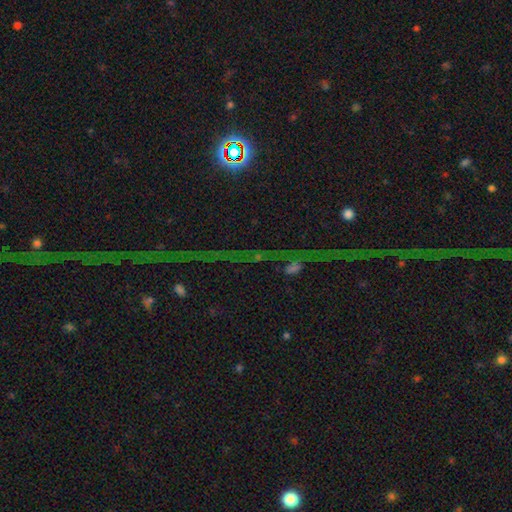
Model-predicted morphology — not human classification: smooth_or_featured: star or artifact (p=0.79) [alt: featured or disk p=0.12]